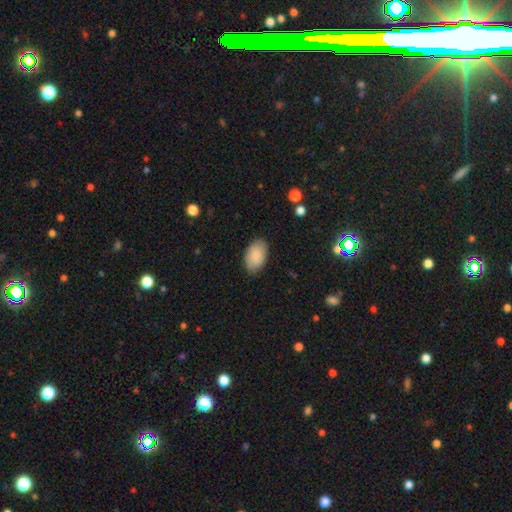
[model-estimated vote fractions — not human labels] Smooth or featured? Predicted: smooth (p=0.89). How rounded? Predicted: in between (p=0.94). Merging? Predicted: none (p=0.86).